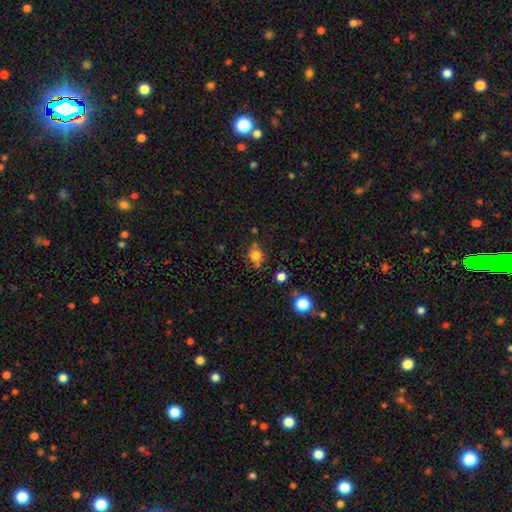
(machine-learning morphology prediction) smooth 75%, star or artifact 15%, featured or disk 10%. Down the decision tree: how rounded — round (81%); merging — none (65%).